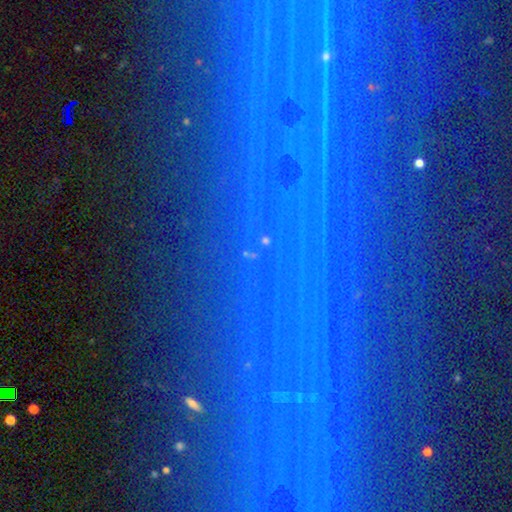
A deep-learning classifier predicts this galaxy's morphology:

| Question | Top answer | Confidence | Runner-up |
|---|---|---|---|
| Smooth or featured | star or artifact | 75% | featured or disk (13%) |